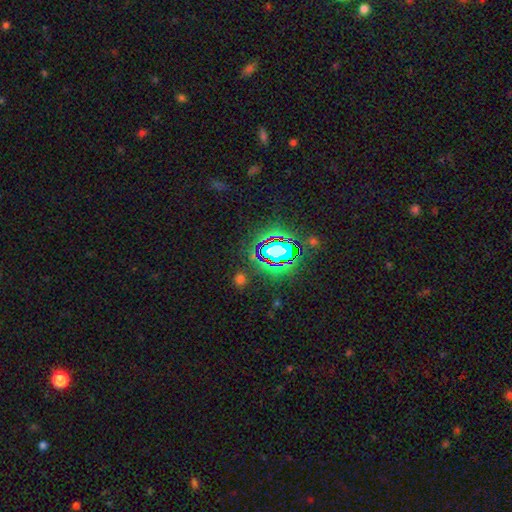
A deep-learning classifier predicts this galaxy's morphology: Smooth or featured? Predicted: star or artifact (p=0.74).